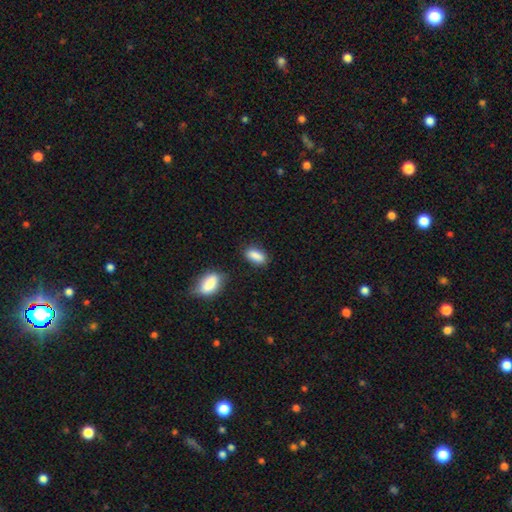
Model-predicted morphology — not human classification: Smooth or featured? Predicted: smooth (p=0.88). How rounded? Predicted: in between (p=0.86). Merging? Predicted: none (p=0.76).